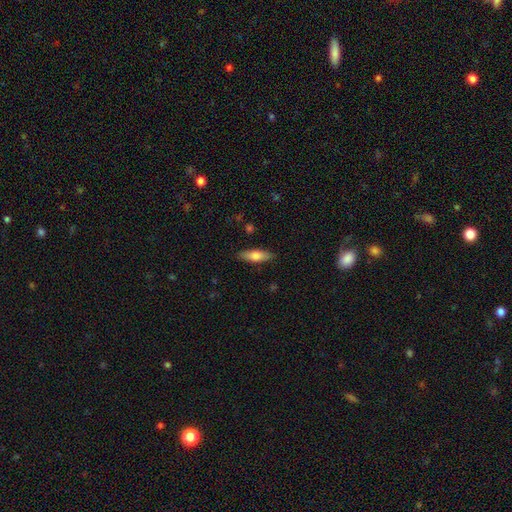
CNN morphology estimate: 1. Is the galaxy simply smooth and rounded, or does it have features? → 72% smooth, 22% featured or disk, 6% star or artifact.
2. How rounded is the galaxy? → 51% in between, 47% cigar-shaped, 2% round.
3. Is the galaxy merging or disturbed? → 88% none, 9% minor disturbance, 2% major disturbance, 1% merger.